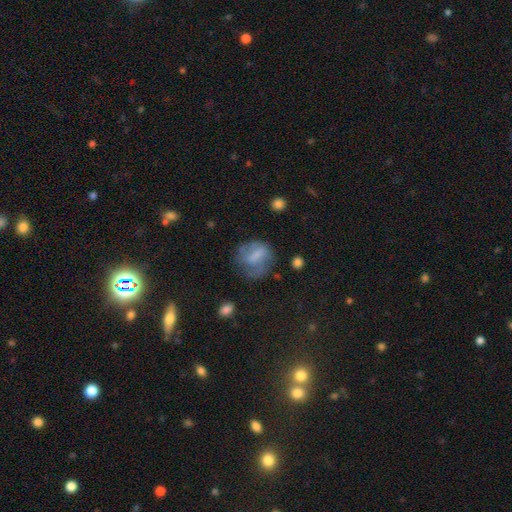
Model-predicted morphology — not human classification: This appears to be a smooth galaxy with no disk features (52%) that is round (54%). Merging: none (50%).